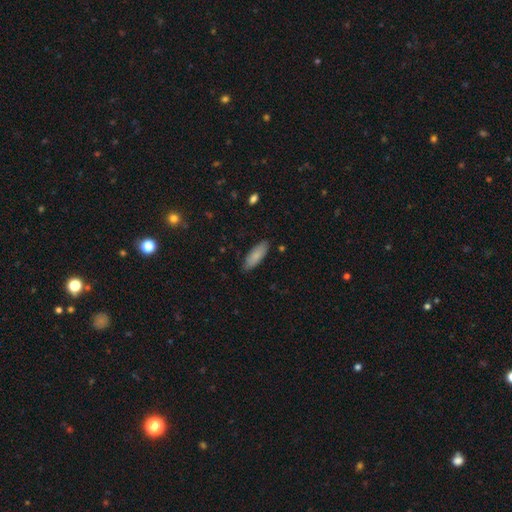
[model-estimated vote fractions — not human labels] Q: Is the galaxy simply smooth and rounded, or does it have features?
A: smooth — 83%.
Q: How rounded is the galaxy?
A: in between — 66%.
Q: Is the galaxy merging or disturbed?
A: none — 84%.